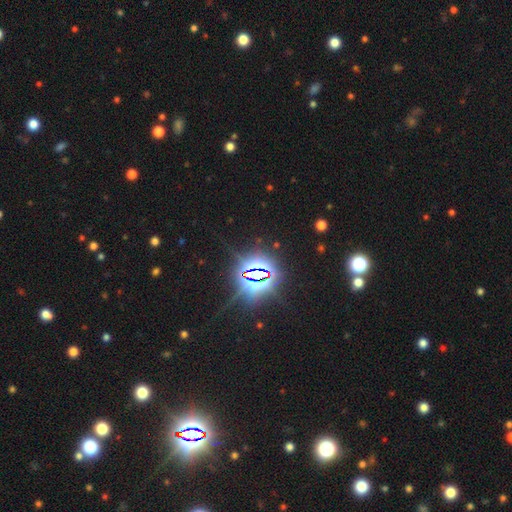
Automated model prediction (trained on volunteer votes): Smooth or featured? star or artifact (84%)